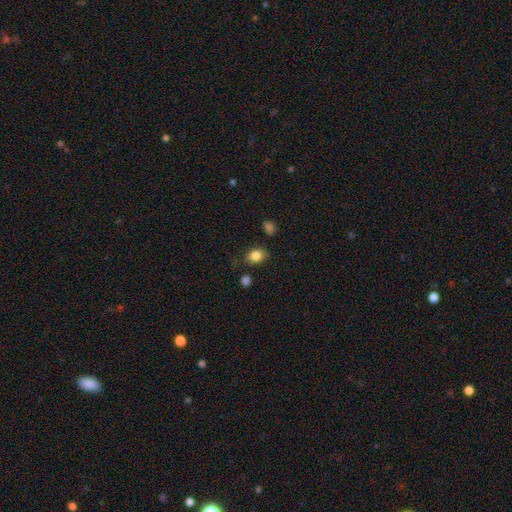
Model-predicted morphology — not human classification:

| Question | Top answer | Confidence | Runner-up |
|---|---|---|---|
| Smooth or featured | smooth | 84% | star or artifact (9%) |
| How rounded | in between | 62% | round (37%) |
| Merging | none | 75% | minor disturbance (18%) |